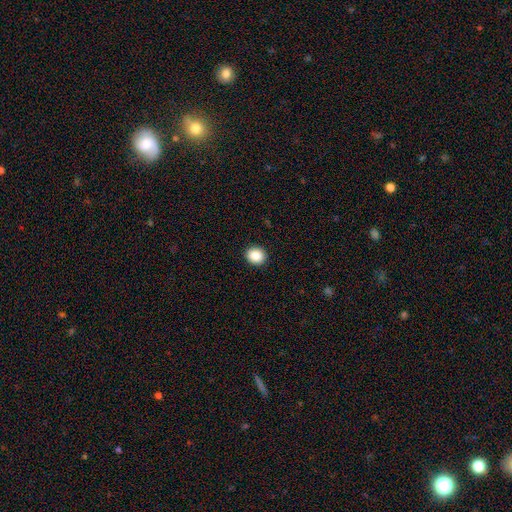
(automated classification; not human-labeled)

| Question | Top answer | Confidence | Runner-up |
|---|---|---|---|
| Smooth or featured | smooth | 87% | star or artifact (9%) |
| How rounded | round | 77% | in between (22%) |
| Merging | none | 92% | minor disturbance (5%) |